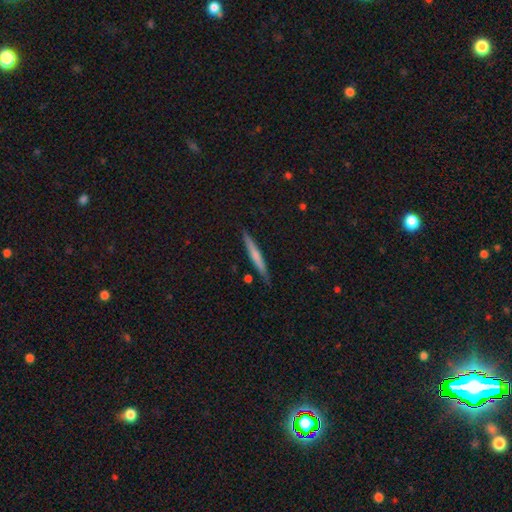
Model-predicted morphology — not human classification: A smooth galaxy with no disk features (53%) that is cigar-shaped (95%).

Vote fractions:
- Smooth or featured? smooth: 53% / featured or disk: 41% / star or artifact: 6%
- How rounded? cigar-shaped: 95% / in between: 3% / round: 2%
- Merging? none: 86% / minor disturbance: 10% / merger: 2% / major disturbance: 2%